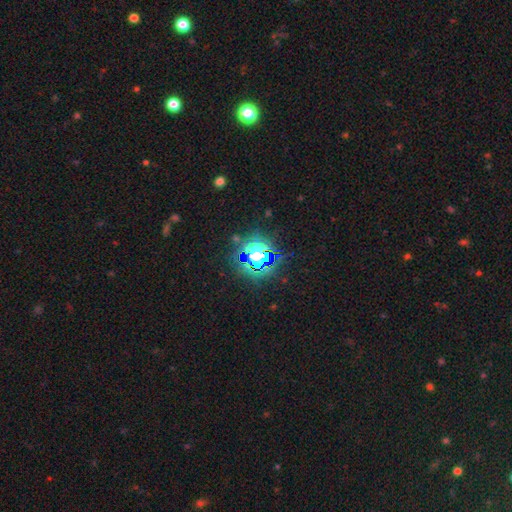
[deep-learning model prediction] A star or artifact, not a galaxy (70%).